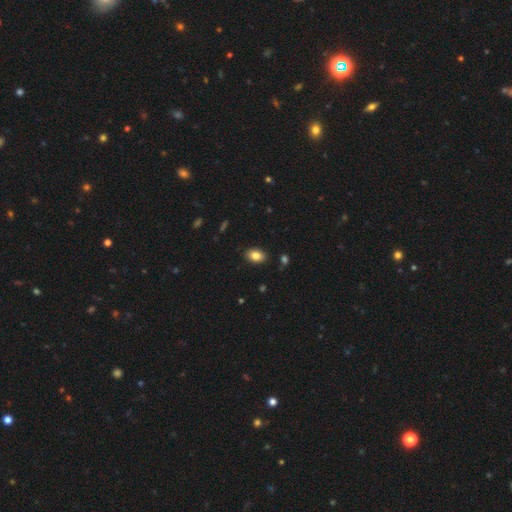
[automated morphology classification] Overall: smooth (84%). How rounded: in between (85%). Merging: none (88%).